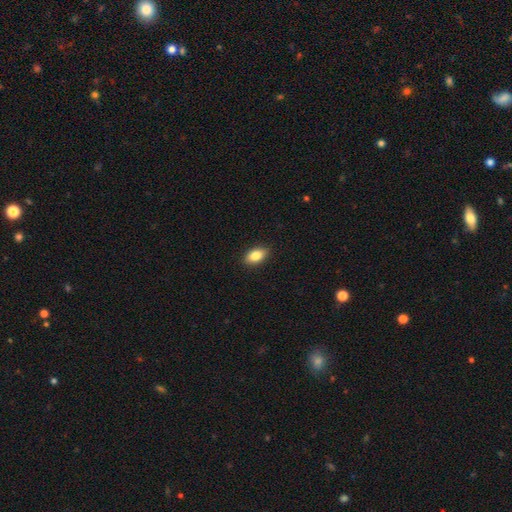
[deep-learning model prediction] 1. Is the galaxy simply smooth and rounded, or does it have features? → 85% smooth, 8% featured or disk, 7% star or artifact.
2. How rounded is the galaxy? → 90% in between, 7% round, 3% cigar-shaped.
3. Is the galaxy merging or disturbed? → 89% none, 8% minor disturbance, 2% major disturbance, 1% merger.